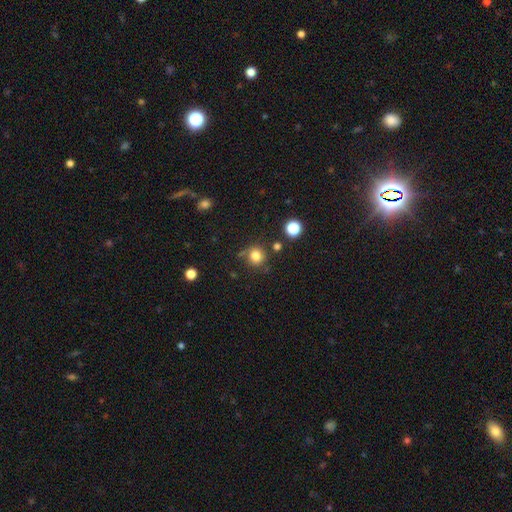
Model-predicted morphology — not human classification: type=smooth (80%); roundness=round (90%); merging=none (76%).